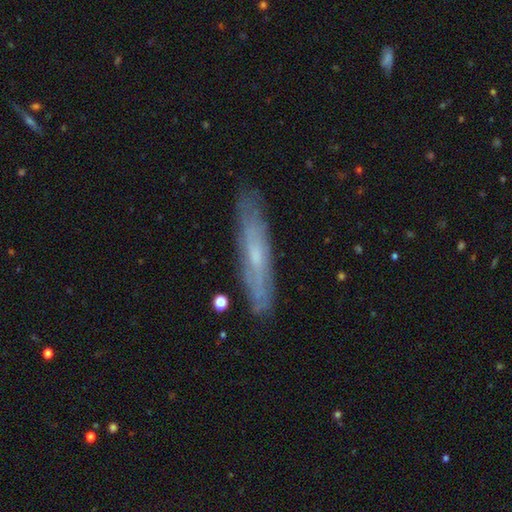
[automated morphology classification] A featured or disk galaxy (55%) viewed edge-on (64%). Merging: none (84%).